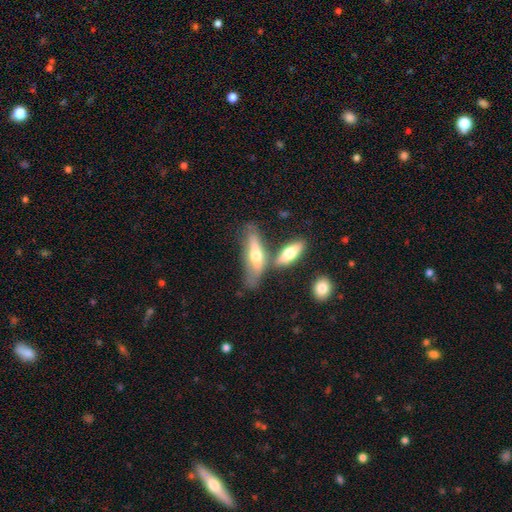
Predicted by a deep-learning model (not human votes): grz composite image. It shows a smooth galaxy with no disk features (47%, tied with featured or disk). Merging: none (46%).